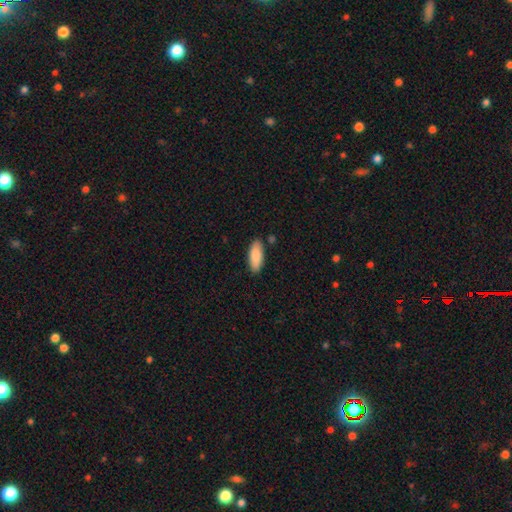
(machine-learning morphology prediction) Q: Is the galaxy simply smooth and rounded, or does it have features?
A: smooth — 86%.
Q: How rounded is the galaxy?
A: in between — 79%.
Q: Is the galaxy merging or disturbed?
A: none — 84%.